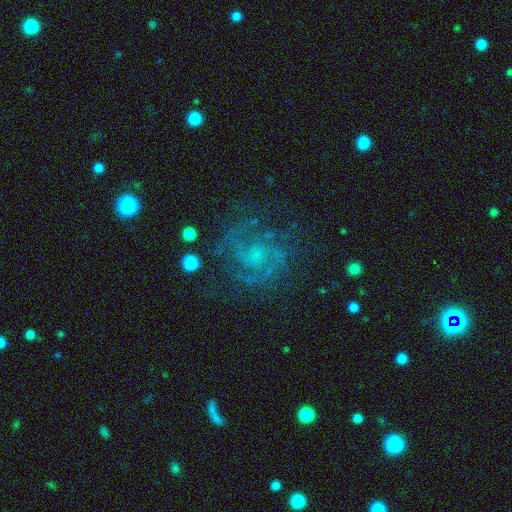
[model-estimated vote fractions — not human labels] Smooth or featured?
  - featured or disk: 78% *
  - star or artifact: 11%
  - smooth: 11%
Edge-on disk?
  - no: 98% *
  - yes: 2%
Bar?
  - no: 60% *
  - weak: 34%
  - strong: 6%
Spiral arms?
  - yes: 94% *
  - no: 6%
Spiral winding?
  - medium: 47% *
  - tight: 41%
  - loose: 12%
Spiral arm count?
  - 2: 51% *
  - can't tell: 19%
  - 3: 16%
  - 4: 5%
  - 1: 4%
  - more than 4: 4%
Bulge size?
  - small: 45% *
  - none: 31%
  - moderate: 21%
  - large: 2%
  - dominant: 1%
Merging?
  - none: 72% *
  - minor disturbance: 15%
  - major disturbance: 11%
  - merger: 2%